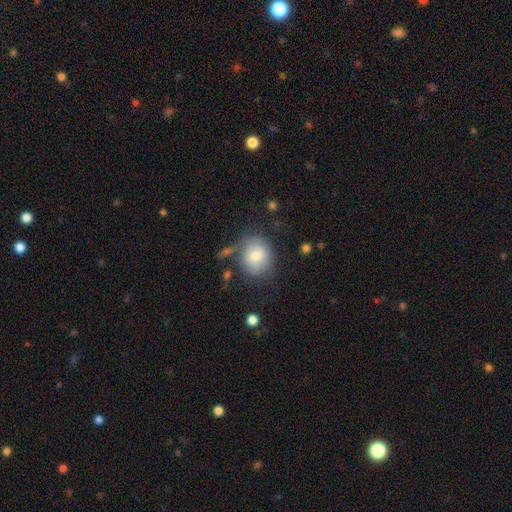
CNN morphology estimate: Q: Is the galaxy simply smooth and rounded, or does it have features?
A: smooth — 72%.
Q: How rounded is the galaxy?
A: round — 71%.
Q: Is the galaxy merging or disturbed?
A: none — 63%.